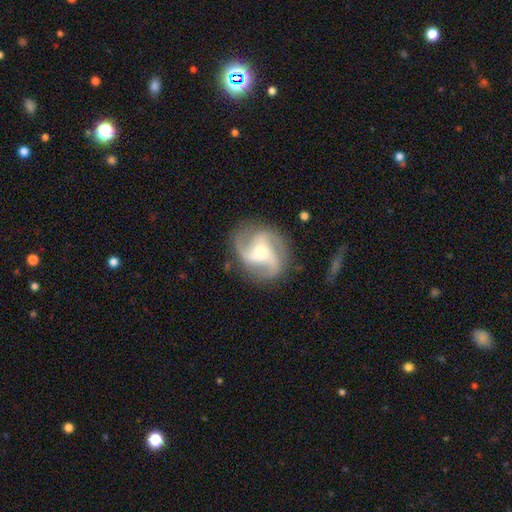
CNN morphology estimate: Q: Smooth or featured?
A: featured or disk (87%); runner-up: smooth (8%)
Q: Edge-on disk?
A: no (97%); runner-up: yes (3%)
Q: Bar?
A: no (43%); runner-up: weak (37%)
Q: Spiral arms?
A: yes (97%); runner-up: no (3%)
Q: Spiral winding?
A: medium (48%); runner-up: loose (31%)
Q: Spiral arm count?
A: 3 (56%); runner-up: 2 (22%)
Q: Bulge size?
A: moderate (51%); runner-up: small (41%)
Q: Merging?
A: none (78%); runner-up: minor disturbance (14%)